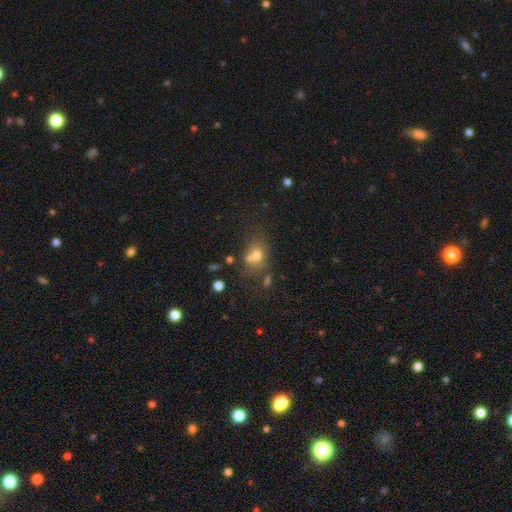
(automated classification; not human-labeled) smooth-or-featured: smooth: 66% | star or artifact: 17% | featured or disk: 17%
  how-rounded: round: 59% | in between: 40% | cigar-shaped: 1%
  merging: none: 45% | merger: 34% | minor disturbance: 14% | major disturbance: 7%